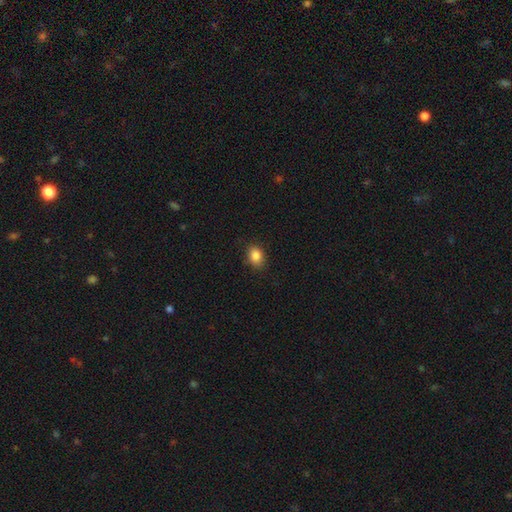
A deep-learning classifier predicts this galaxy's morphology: smooth-or-featured: smooth: 86% | star or artifact: 9% | featured or disk: 4%
  how-rounded: in between: 66% | round: 33% | cigar-shaped: 1%
  merging: none: 86% | minor disturbance: 11% | major disturbance: 2% | merger: 1%